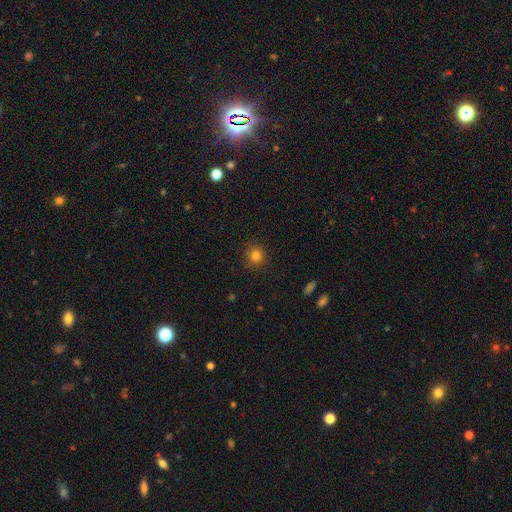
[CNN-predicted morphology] The model was most divided on "smooth or featured": smooth: 81%, star or artifact: 13%, featured or disk: 5%. More confident: how rounded — round (92%); merging — none (89%).